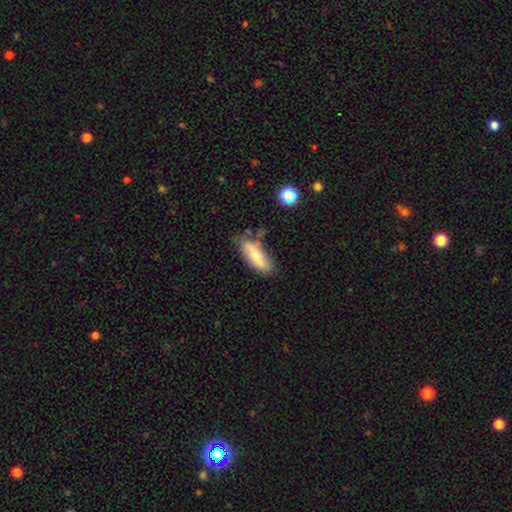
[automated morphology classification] This appears to be a smooth galaxy with no disk features (61%) that is in between round and cigar-shaped (63%). Merging: none (59%).